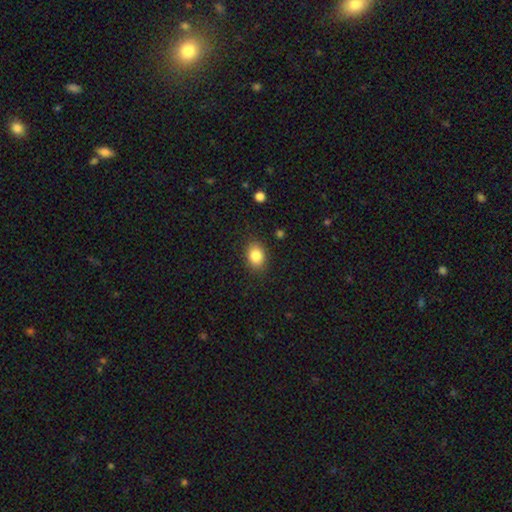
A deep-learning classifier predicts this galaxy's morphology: The model was most divided on "how rounded": in between: 69%, round: 30%, cigar-shaped: 1%. More confident: merging — none (86%); smooth or featured — smooth (85%).